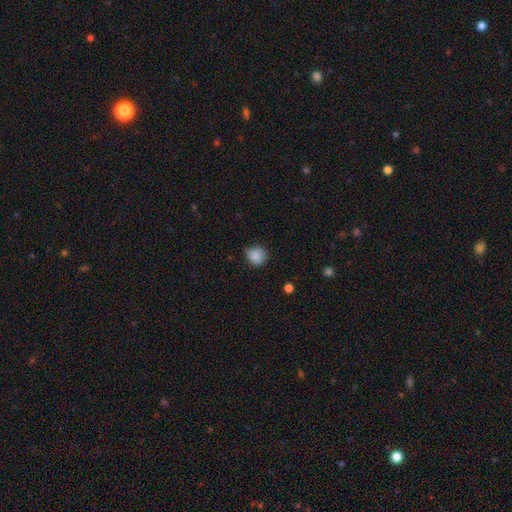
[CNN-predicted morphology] Q: Smooth or featured?
A: smooth (87%); runner-up: star or artifact (9%)
Q: How rounded?
A: round (79%); runner-up: in between (20%)
Q: Merging?
A: none (69%); runner-up: minor disturbance (25%)